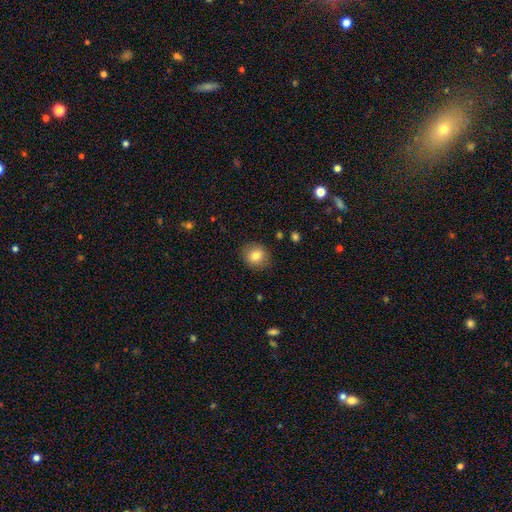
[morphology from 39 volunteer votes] A smooth galaxy with no disk features (82%) that is round (69%).

Vote fractions:
- Smooth or featured? smooth: 82% / featured or disk: 13% / star or artifact: 5%
- How rounded? round: 69% / in between: 31% / cigar-shaped: 0%
- Merging? none: 86% / minor disturbance: 11% / major disturbance: 3% / merger: 0%